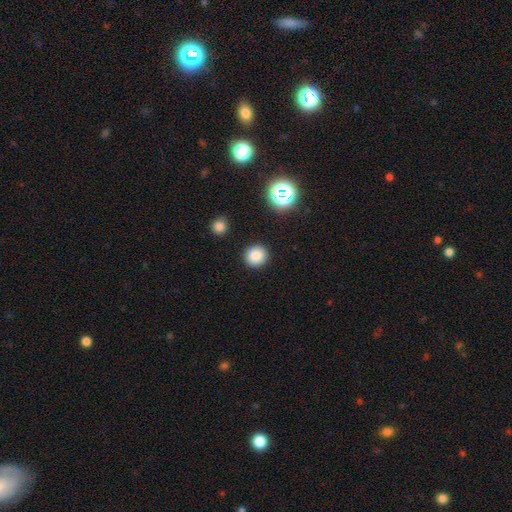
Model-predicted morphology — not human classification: Smooth or featured? smooth (83%)
How rounded? round (90%)
Merging? none (89%)